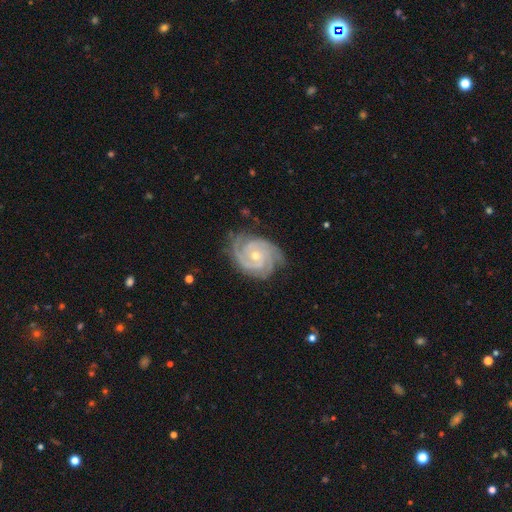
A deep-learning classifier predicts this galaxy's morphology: Q: Smooth or featured?
A: featured or disk (91%); runner-up: star or artifact (5%)
Q: Edge-on disk?
A: no (98%); runner-up: yes (2%)
Q: Bar?
A: no (71%); runner-up: weak (22%)
Q: Spiral arms?
A: yes (99%); runner-up: no (1%)
Q: Spiral winding?
A: tight (75%); runner-up: medium (22%)
Q: Spiral arm count?
A: 3 (43%); runner-up: 2 (19%)
Q: Bulge size?
A: small (56%); runner-up: moderate (42%)
Q: Merging?
A: none (78%); runner-up: minor disturbance (17%)